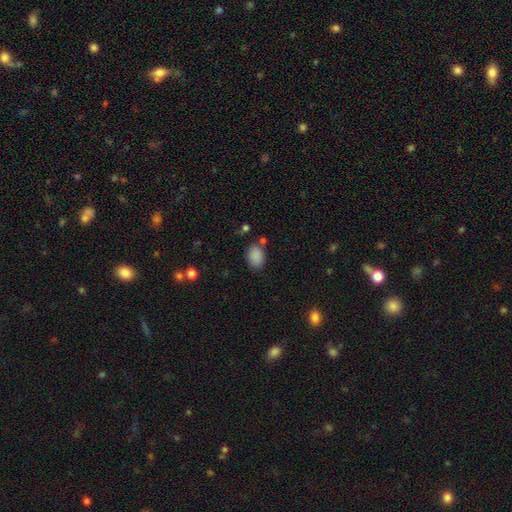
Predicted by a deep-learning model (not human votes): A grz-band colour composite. It shows a smooth galaxy with no disk features (87%) that is in between round and cigar-shaped (73%). Merging: none (74%).